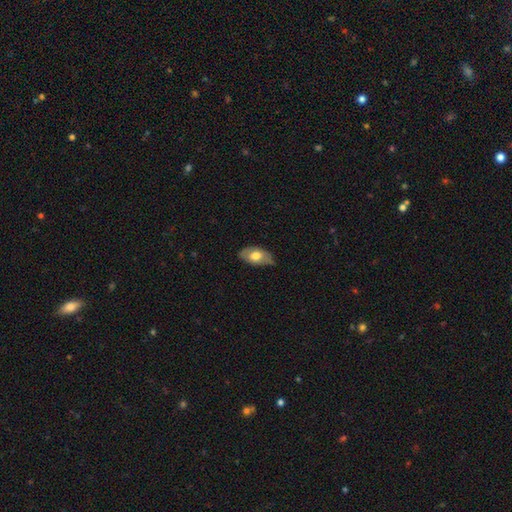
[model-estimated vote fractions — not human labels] Q: Smooth or featured?
A: smooth (64%); runner-up: featured or disk (30%)
Q: How rounded?
A: in between (92%); runner-up: round (5%)
Q: Merging?
A: none (62%); runner-up: minor disturbance (31%)